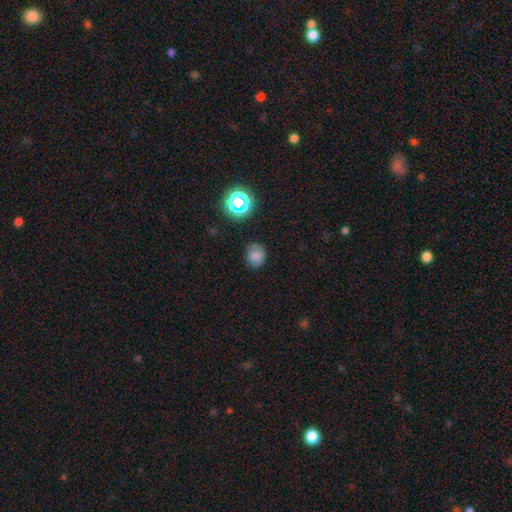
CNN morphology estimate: A smooth galaxy with no disk features (75%) that is round (59%).

Vote fractions:
- Smooth or featured? smooth: 75% / star or artifact: 17% / featured or disk: 8%
- How rounded? round: 59% / in between: 40% / cigar-shaped: 1%
- Merging? none: 76% / minor disturbance: 18% / major disturbance: 5% / merger: 2%